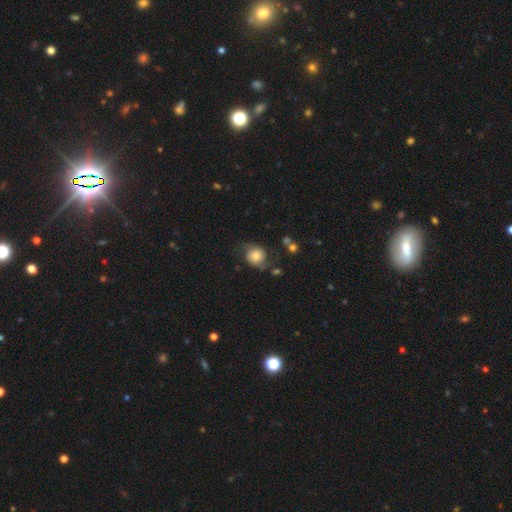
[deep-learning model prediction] Morphology: type=smooth (56%); roundness=round (75%); merging=none (58%).